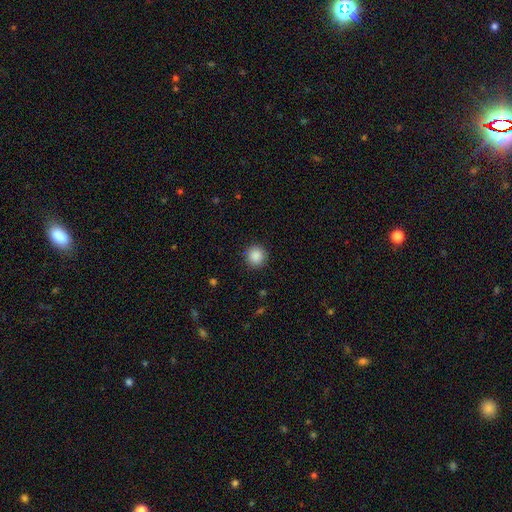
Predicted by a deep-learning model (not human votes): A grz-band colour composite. It shows a smooth galaxy with no disk features (88%) that is round (94%). Merging: none (92%).